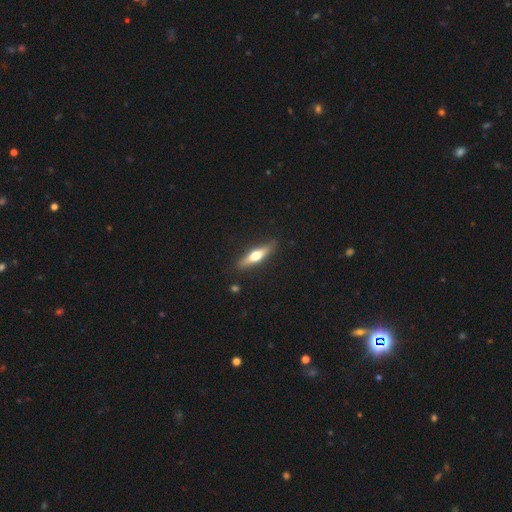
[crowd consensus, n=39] Smooth or featured? featured or disk (56%)
Edge-on disk? yes (86%)
Edge-on bulge? rounded (100%)
Merging? none (95%)